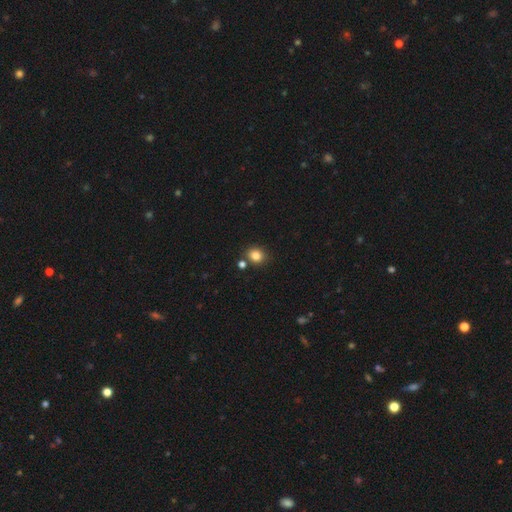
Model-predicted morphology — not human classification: This is clearly a smooth galaxy (83%). How rounded: likely round (72%). Merging: likely none (79%).